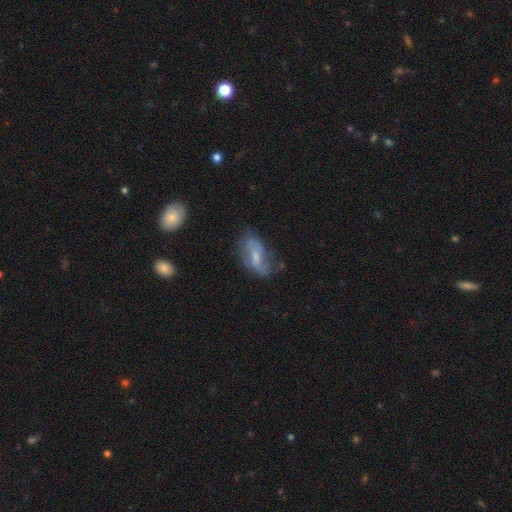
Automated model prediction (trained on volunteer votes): smooth_or_featured: featured or disk (p=0.51) [alt: smooth p=0.41]
disk_edge_on: no (p=0.92) [alt: yes p=0.08]
merging: none (p=0.46) [alt: minor disturbance p=0.31]